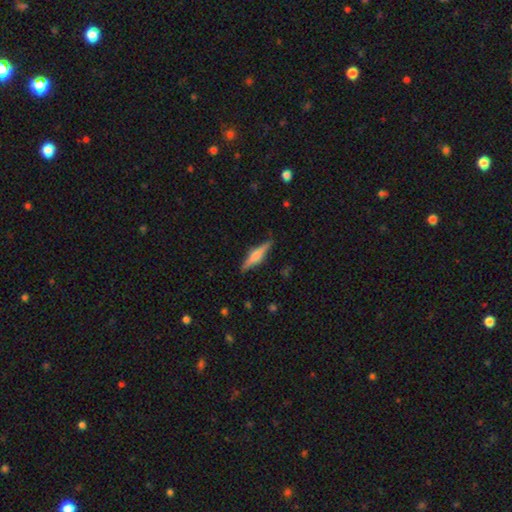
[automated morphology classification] Overall: featured or disk (61%; smooth 32%). Edge-on disk: yes (97%). Edge-on bulge: rounded (79%). Merging: none (87%).